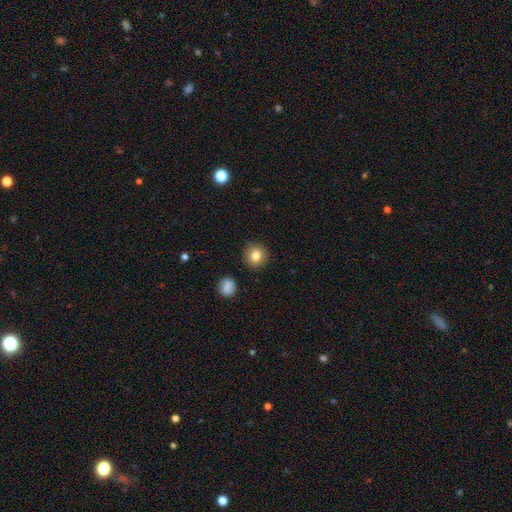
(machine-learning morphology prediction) Smooth or featured: smooth — 82% (star or artifact — 11%)
How rounded: round — 90% (in between — 9%)
Merging: none — 90% (minor disturbance — 7%)